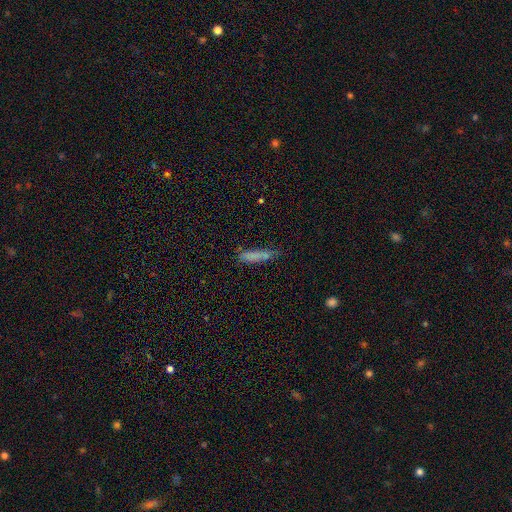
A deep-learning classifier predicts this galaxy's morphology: Smooth or featured? Predicted: smooth (p=0.76). How rounded? Predicted: cigar-shaped (p=0.85). Merging? Predicted: none (p=0.65).